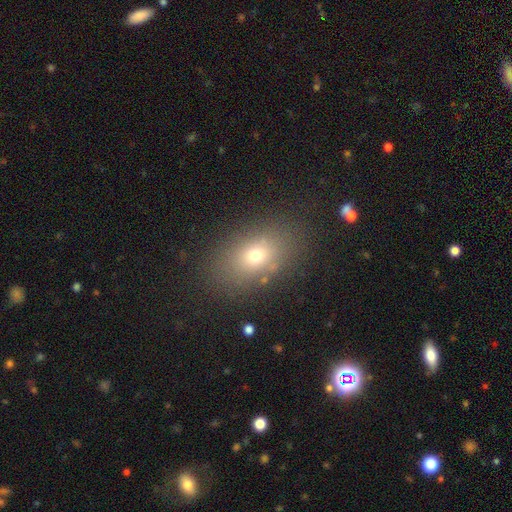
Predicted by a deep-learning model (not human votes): Overall: smooth (69%). How rounded: in between (78%). Merging: none (82%).